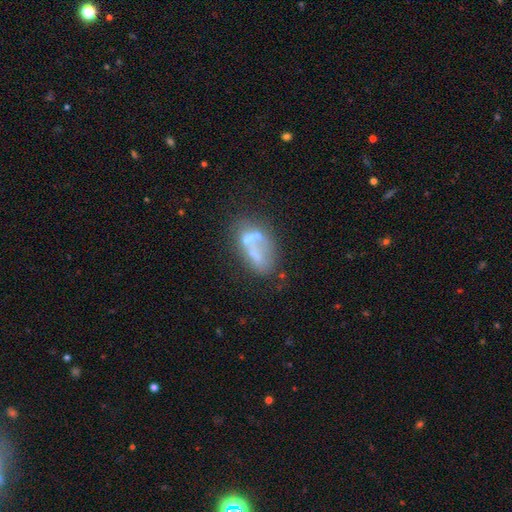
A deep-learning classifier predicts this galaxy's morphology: Smooth or featured?
  - featured or disk: 49% *
  - smooth: 38%
  - star or artifact: 14%
Merging?
  - merger: 38% *
  - none: 31%
  - major disturbance: 16%
  - minor disturbance: 15%